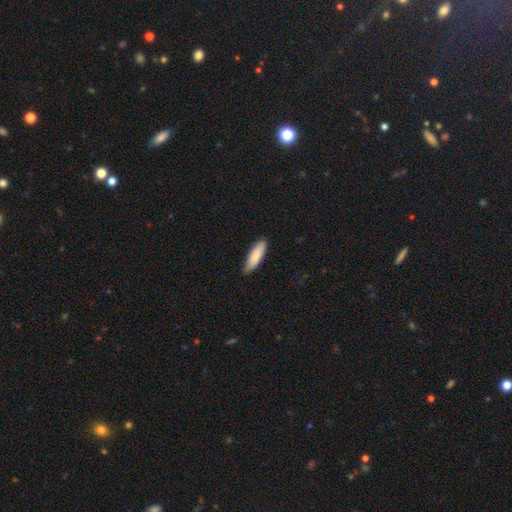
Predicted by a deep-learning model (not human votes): This appears to be a smooth galaxy with no disk features (86%) that is cigar-shaped (51%). Merging: none (81%).